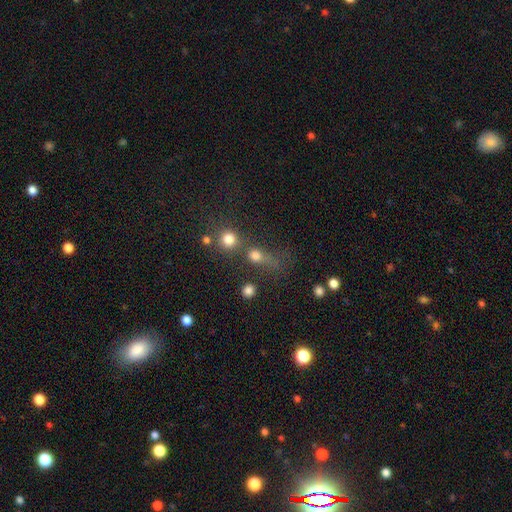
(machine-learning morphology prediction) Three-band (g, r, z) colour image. It shows a smooth galaxy with no disk features (73%) that is round (75%). Merging: none (42%).